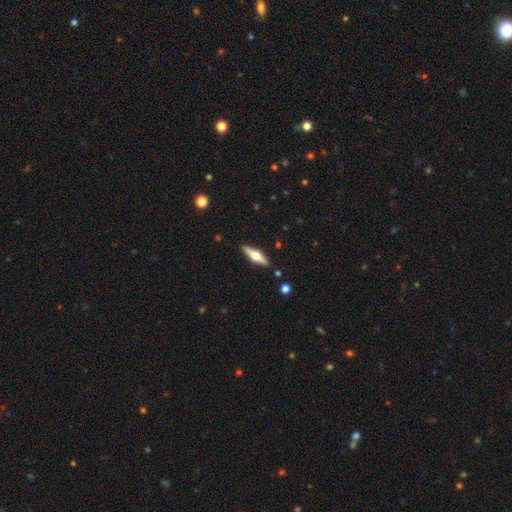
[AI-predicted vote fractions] A featured or disk galaxy (63%) viewed edge-on (96%) with a rounded central bulge (95%).

Vote fractions:
- Smooth or featured? featured or disk: 63% / smooth: 31% / star or artifact: 6%
- Edge-on disk? yes: 96% / no: 4%
- Edge-on bulge? rounded: 95% / boxy: 4% / none: 2%
- Merging? none: 89% / minor disturbance: 8% / major disturbance: 2% / merger: 1%